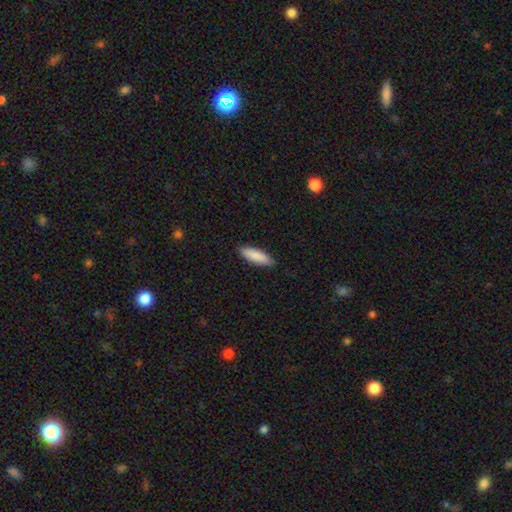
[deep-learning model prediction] Smooth or featured? smooth (88%)
How rounded? cigar-shaped (55%)
Merging? none (87%)